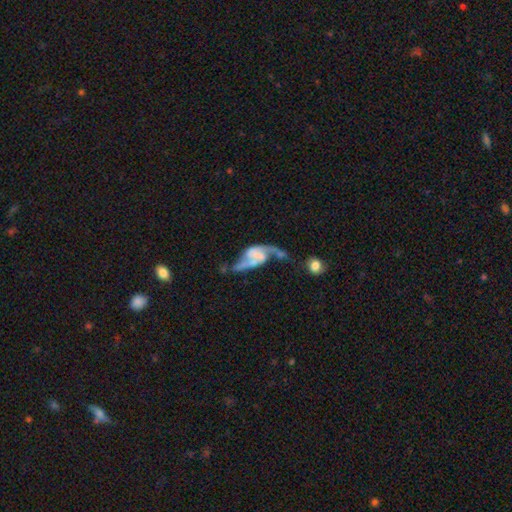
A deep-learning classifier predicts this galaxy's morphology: Smooth or featured: featured or disk — 86% (smooth — 8%)
Edge-on disk: no — 96% (yes — 4%)
Bar: weak — 38% (no — 33%)
Spiral arms: yes — 94% (no — 6%)
Spiral winding: loose — 69% (medium — 25%)
Spiral arm count: 2 — 92% (1 — 3%)
Bulge size: none — 59% (small — 24%)
Merging: none — 38% (major disturbance — 25%)